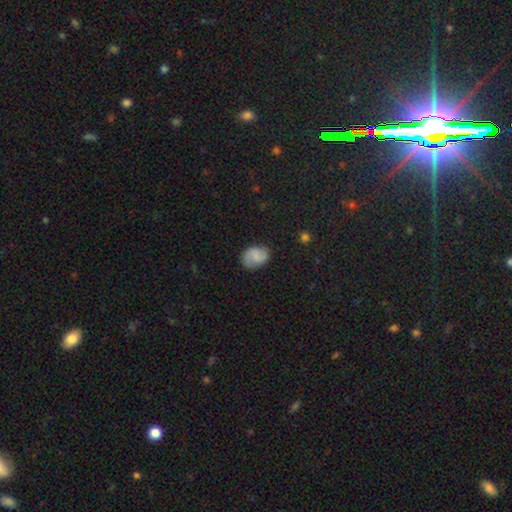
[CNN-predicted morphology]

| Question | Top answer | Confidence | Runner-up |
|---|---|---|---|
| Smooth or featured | smooth | 60% | featured or disk (30%) |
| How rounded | in between | 73% | round (26%) |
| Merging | none | 75% | minor disturbance (19%) |